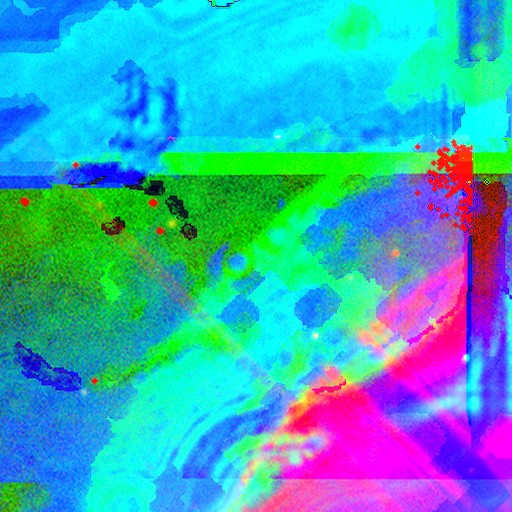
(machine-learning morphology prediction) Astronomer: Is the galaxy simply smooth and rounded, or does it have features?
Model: star or artifact — 87%.